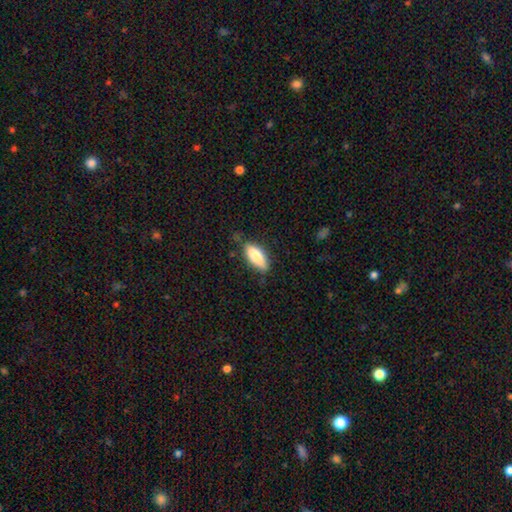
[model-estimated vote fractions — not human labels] smooth-or-featured: smooth: 79% | featured or disk: 15% | star or artifact: 6%
  how-rounded: in between: 75% | cigar-shaped: 23% | round: 2%
  merging: none: 69% | minor disturbance: 23% | major disturbance: 5% | merger: 2%